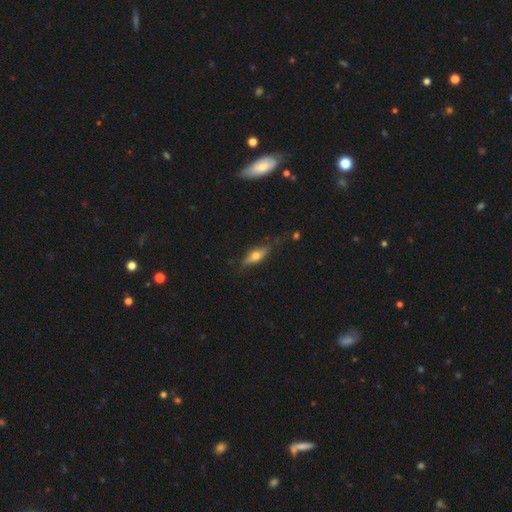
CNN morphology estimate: Q: Smooth or featured?
A: smooth (58%); runner-up: featured or disk (35%)
Q: How rounded?
A: in between (55%); runner-up: cigar-shaped (41%)
Q: Merging?
A: none (77%); runner-up: minor disturbance (17%)